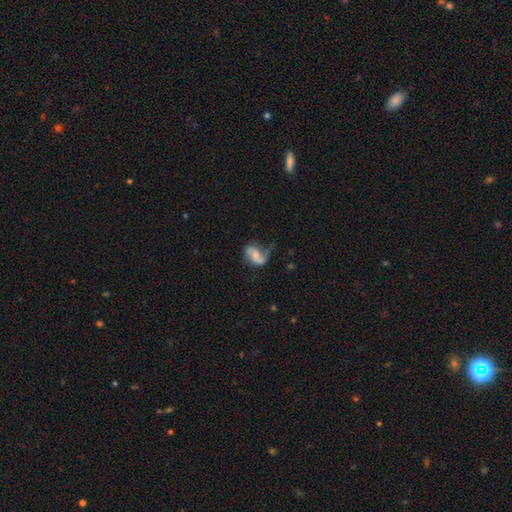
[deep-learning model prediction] featured or disk 65%, smooth 28%, star or artifact 7%. Down the decision tree: edge-on disk — no (97%); bar — no (45%); spiral arms — yes (89%); spiral arm count — 2 (80%); spiral winding — loose (62%); bulge size — small (43%); merging — none (48%).